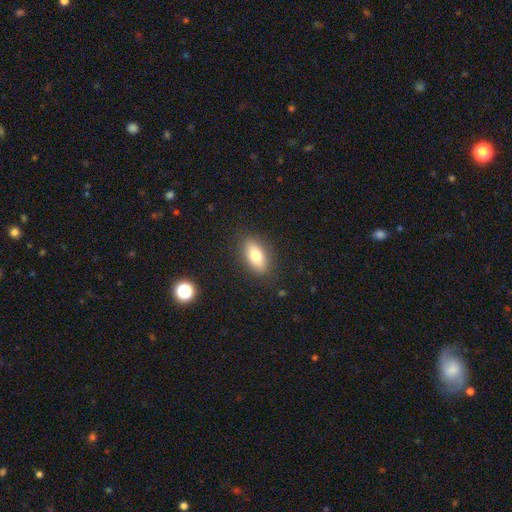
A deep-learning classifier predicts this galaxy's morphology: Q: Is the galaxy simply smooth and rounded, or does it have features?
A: smooth — 76%.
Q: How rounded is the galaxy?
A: in between — 82%.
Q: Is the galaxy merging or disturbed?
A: none — 86%.